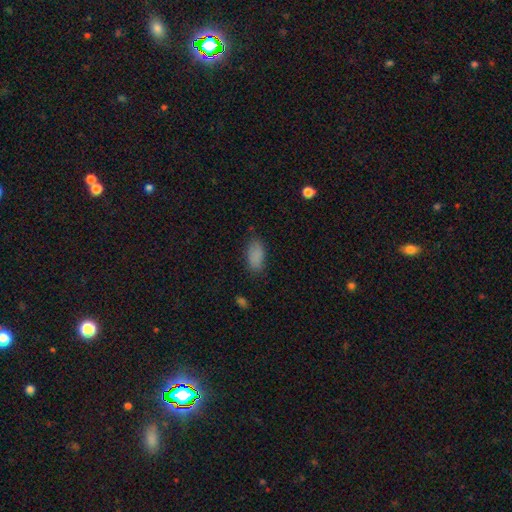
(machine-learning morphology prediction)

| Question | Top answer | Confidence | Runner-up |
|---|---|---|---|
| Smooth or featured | smooth | 85% | star or artifact (9%) |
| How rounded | in between | 92% | cigar-shaped (5%) |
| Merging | none | 76% | minor disturbance (18%) |